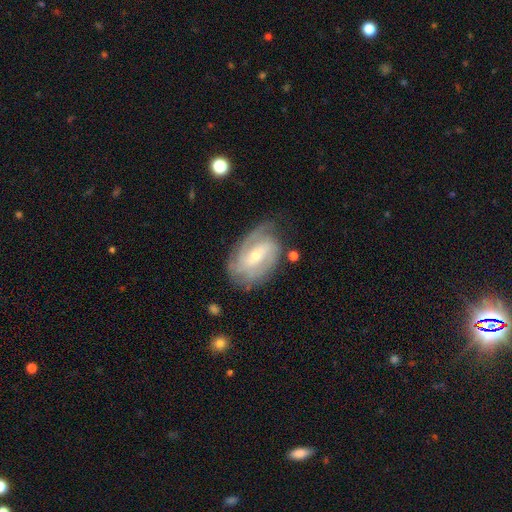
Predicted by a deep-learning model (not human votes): The model was most divided on "spiral arm count": 2: 42%, can't tell: 25%, 3: 19%, 4: 5%, 1: 5%, more than 4: 3%. Remaining: edge-on disk — no (96%); spiral arms — yes (94%); smooth or featured — featured or disk (84%); merging — none (67%); bulge size — small (60%); spiral winding — tight (53%); bar — weak (46%).